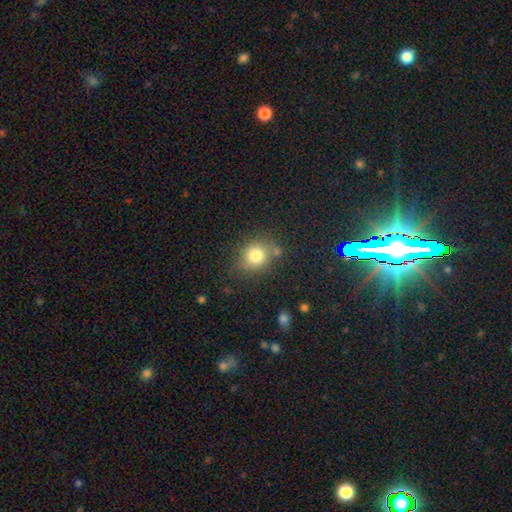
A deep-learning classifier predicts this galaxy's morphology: This appears to be a smooth galaxy with no disk features (79%) that is round (72%). Merging: none (72%).